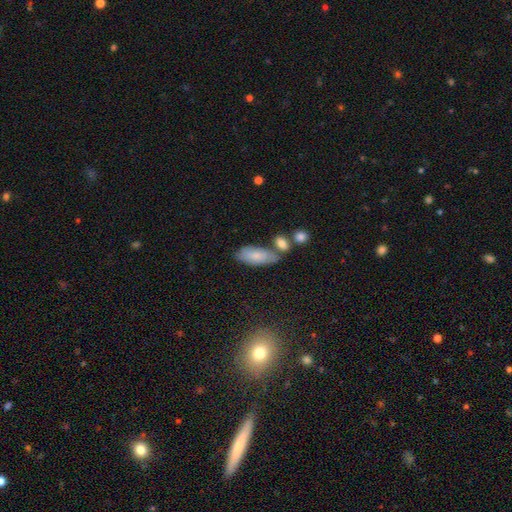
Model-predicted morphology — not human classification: Smooth or featured: smooth — 75% (featured or disk — 18%)
How rounded: in between — 84% (cigar-shaped — 13%)
Merging: none — 60% (minor disturbance — 19%)